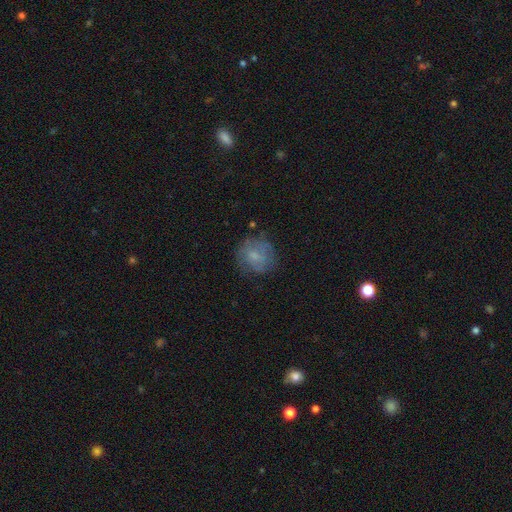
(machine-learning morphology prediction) The model was most divided on "smooth or featured": smooth: 53%, featured or disk: 38%, star or artifact: 9%. More confident: how rounded — round (81%); merging — none (66%).